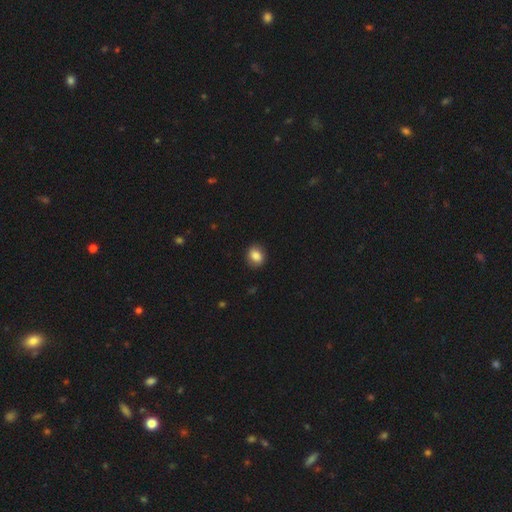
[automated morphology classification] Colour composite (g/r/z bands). It shows a smooth galaxy with no disk features (85%) that is round (55%). Merging: none (87%).